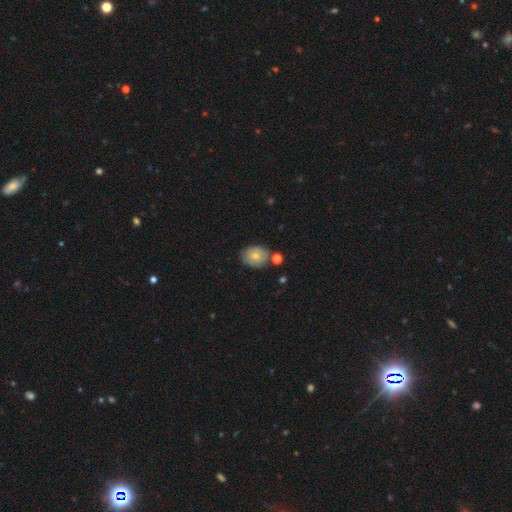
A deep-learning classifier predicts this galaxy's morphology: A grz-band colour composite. It shows a smooth galaxy with no disk features (63%) that is in between round and cigar-shaped (56%). Merging: none (68%).